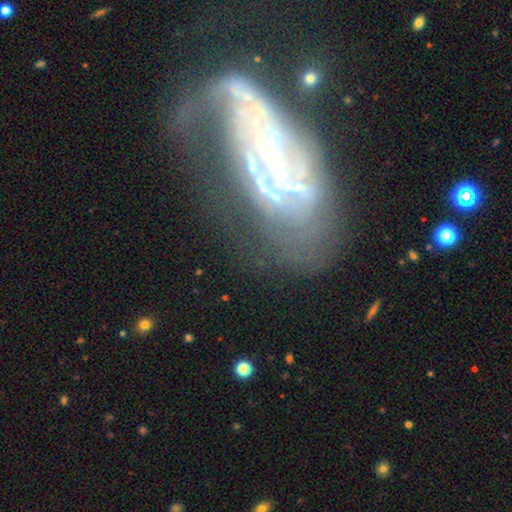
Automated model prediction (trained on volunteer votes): This appears to be a featured or disk galaxy (79%) with no bar (58%), tight (38%) spiral arms (81%) and a small central bulge (73%). Merging: major disturbance (39%).